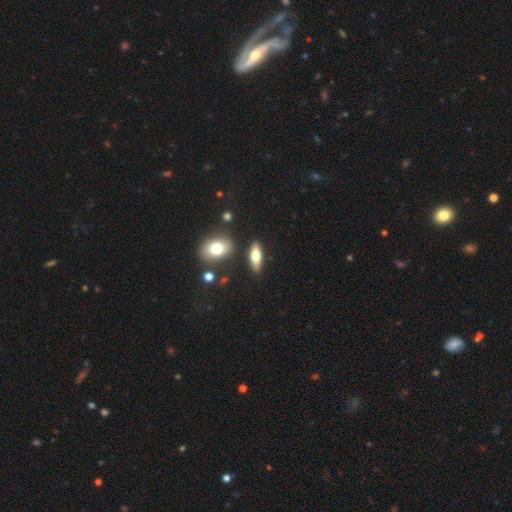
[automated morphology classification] Overall: smooth (70%). How rounded: in between (65%; cigar-shaped 30%). Merging: none (83%).